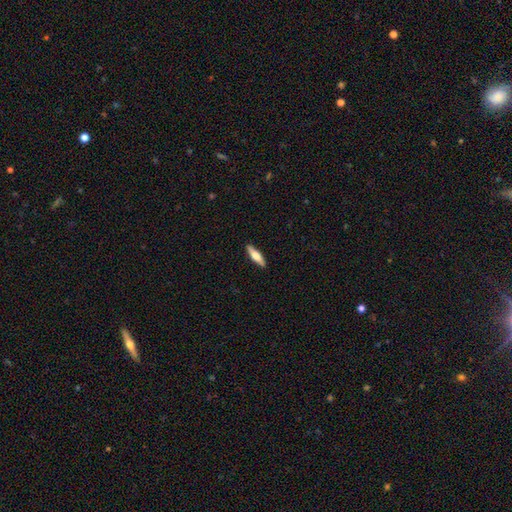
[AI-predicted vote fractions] Smooth or featured?
  - smooth: 49% *
  - featured or disk: 45%
  - star or artifact: 5%
Merging?
  - none: 90% *
  - minor disturbance: 7%
  - major disturbance: 2%
  - merger: 1%